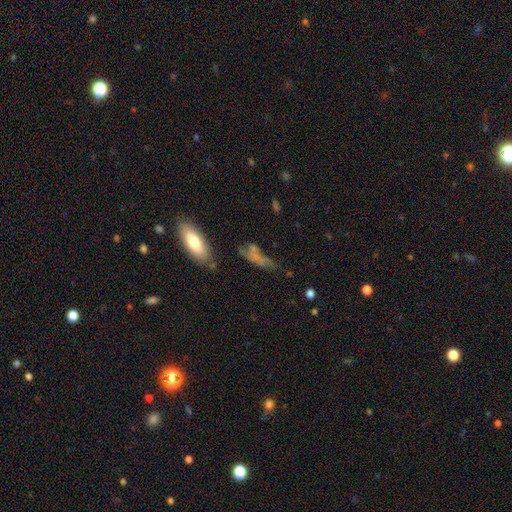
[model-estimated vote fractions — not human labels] Smooth or featured? Predicted: smooth (p=0.60). How rounded? Predicted: in between (p=0.53). Merging? Predicted: none (p=0.39).